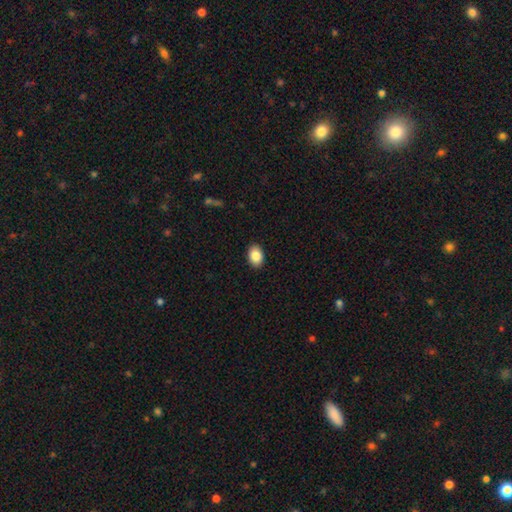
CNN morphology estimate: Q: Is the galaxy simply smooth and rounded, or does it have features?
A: smooth — 87%.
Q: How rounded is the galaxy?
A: in between — 82%.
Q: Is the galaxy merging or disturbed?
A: none — 90%.